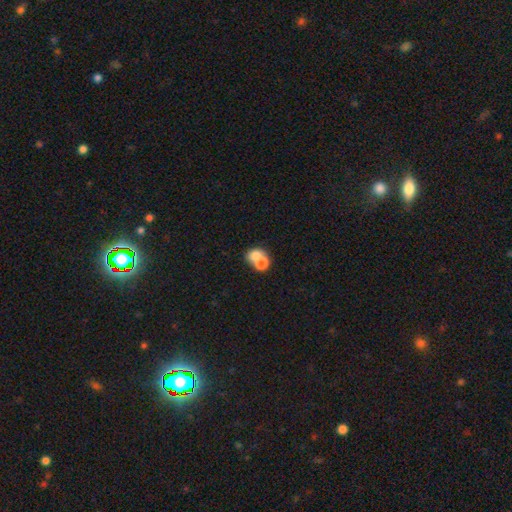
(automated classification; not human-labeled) A smooth galaxy with no disk features (72%) that is round (53%).

Vote fractions:
- Smooth or featured? smooth: 72% / featured or disk: 17% / star or artifact: 11%
- How rounded? round: 53% / in between: 46% / cigar-shaped: 1%
- Merging? merger: 63% / none: 27% / minor disturbance: 6% / major disturbance: 4%